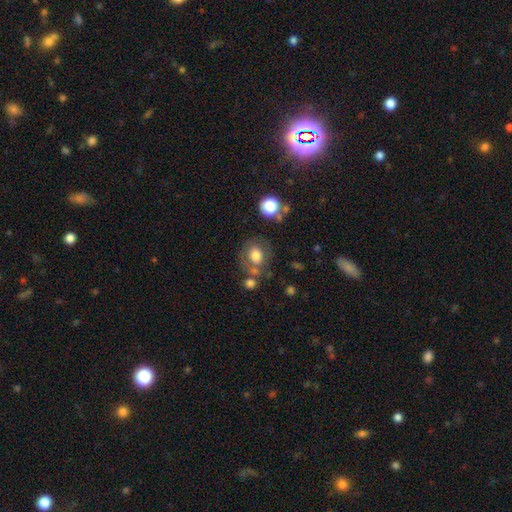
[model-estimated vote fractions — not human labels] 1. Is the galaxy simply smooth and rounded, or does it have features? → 68% smooth, 22% featured or disk, 10% star or artifact.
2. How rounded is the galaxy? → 66% round, 33% in between, 1% cigar-shaped.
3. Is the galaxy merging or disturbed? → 60% none, 18% minor disturbance, 13% merger, 10% major disturbance.